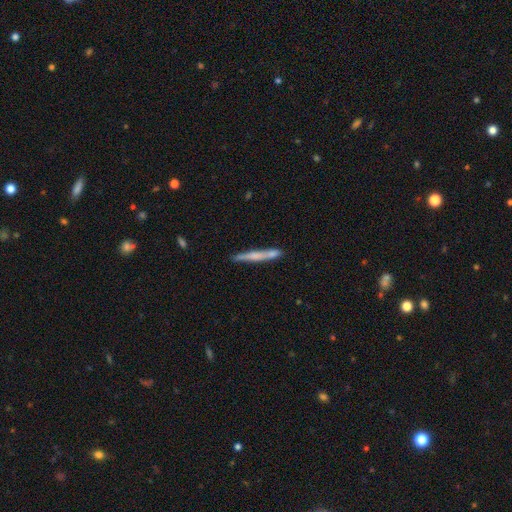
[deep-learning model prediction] This appears to be a smooth galaxy with no disk features (55%) that is cigar-shaped (95%). Merging: none (75%).